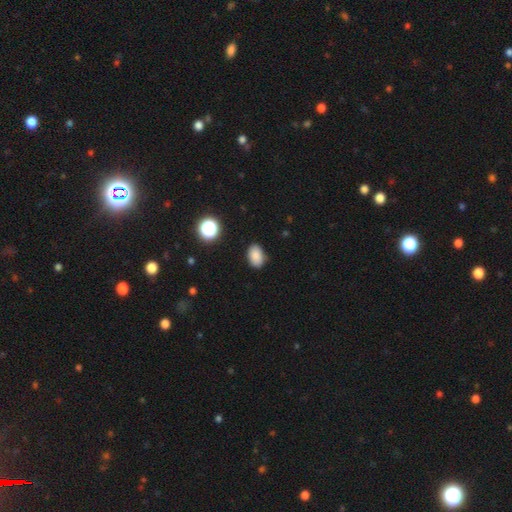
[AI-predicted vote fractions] Q: Smooth or featured?
A: smooth (86%); runner-up: star or artifact (10%)
Q: How rounded?
A: in between (86%); runner-up: round (13%)
Q: Merging?
A: none (85%); runner-up: minor disturbance (11%)